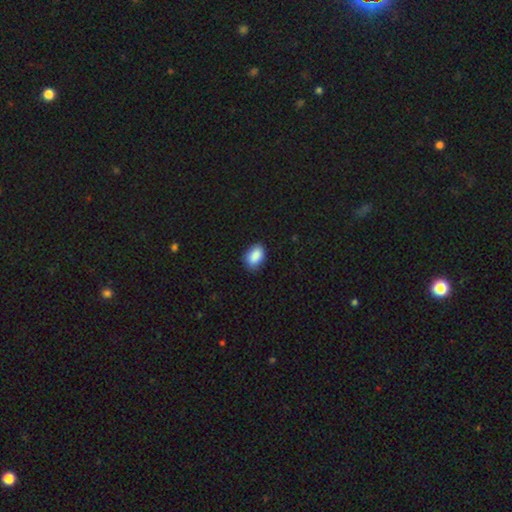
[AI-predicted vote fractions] This is clearly a smooth galaxy (89%). How rounded: clearly in between (86%). Merging: clearly none (83%).